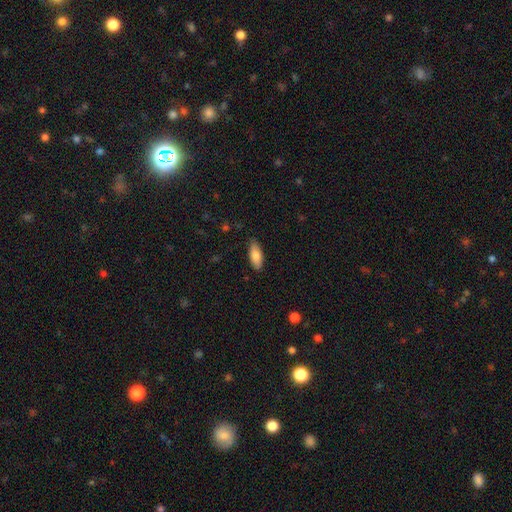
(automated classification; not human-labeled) Overall: smooth (79%). How rounded: in between (77%). Merging: none (84%).